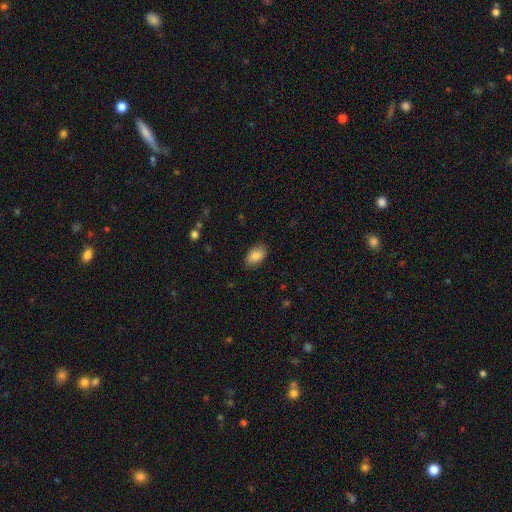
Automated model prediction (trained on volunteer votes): Q: Smooth or featured?
A: smooth (88%); runner-up: star or artifact (7%)
Q: How rounded?
A: in between (93%); runner-up: round (6%)
Q: Merging?
A: none (85%); runner-up: minor disturbance (11%)